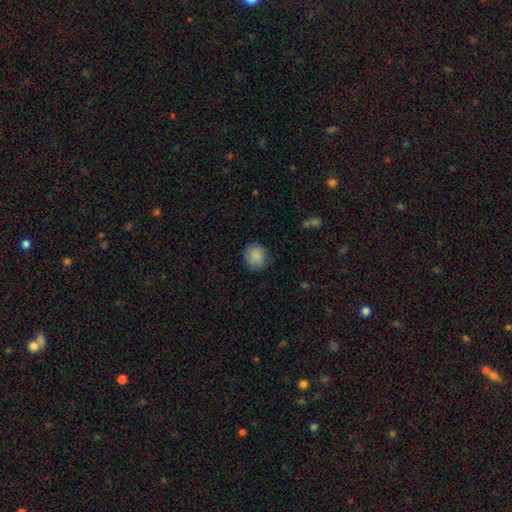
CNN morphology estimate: This appears to be a smooth galaxy with no disk features (87%) that is round (80%). Merging: none (82%).